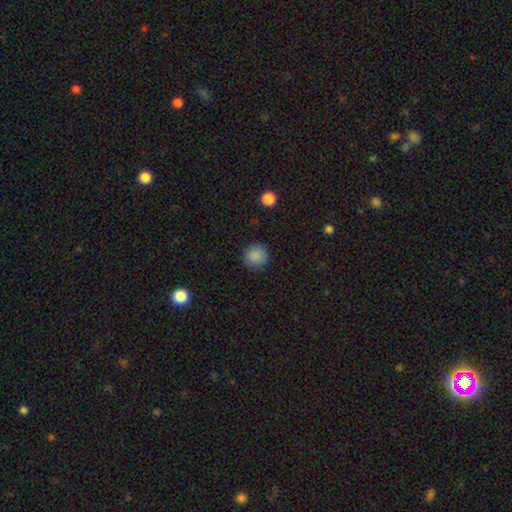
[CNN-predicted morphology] Overall: smooth (87%). How rounded: round (94%). Merging: none (89%).